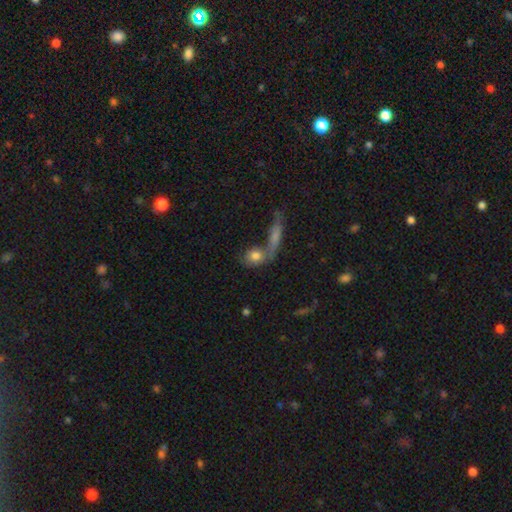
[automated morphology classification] The model was most divided on "how rounded" (2-way tie): round: 45%, in between: 45%, cigar-shaped: 10%. Remaining: smooth or featured — smooth (75%); merging — none (43%).